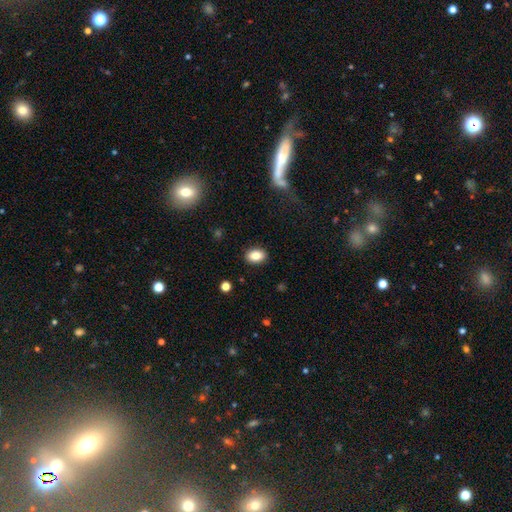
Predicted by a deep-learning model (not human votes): Smooth or featured?
  - smooth: 85% *
  - star or artifact: 8%
  - featured or disk: 7%
How rounded?
  - in between: 82% *
  - round: 16%
  - cigar-shaped: 1%
Merging?
  - none: 89% *
  - minor disturbance: 8%
  - major disturbance: 2%
  - merger: 1%